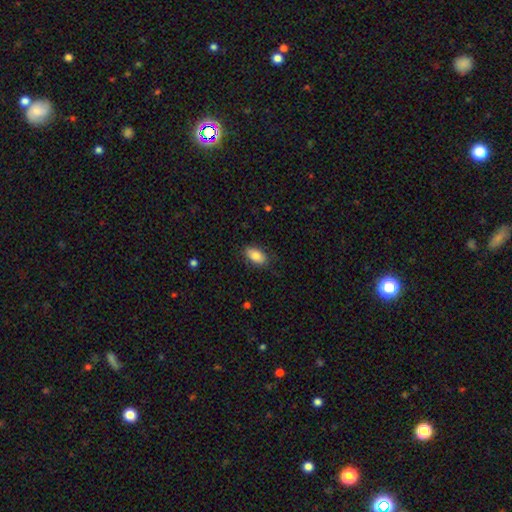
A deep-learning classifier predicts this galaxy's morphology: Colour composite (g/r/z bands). It shows a smooth galaxy with no disk features (82%) that is in between round and cigar-shaped (92%). Merging: none (83%).